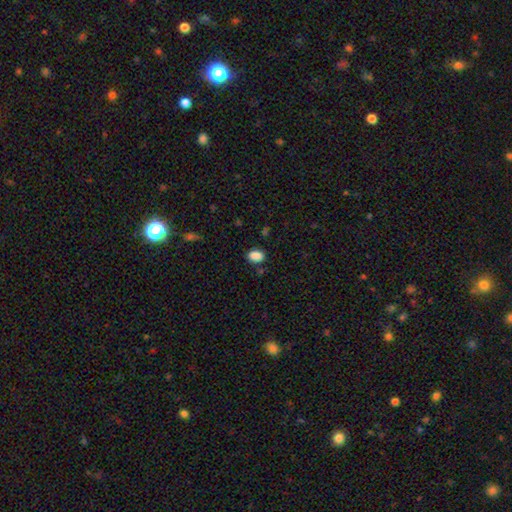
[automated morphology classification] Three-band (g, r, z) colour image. It shows a smooth galaxy with no disk features (88%) that is in between round and cigar-shaped (77%). Merging: none (83%).